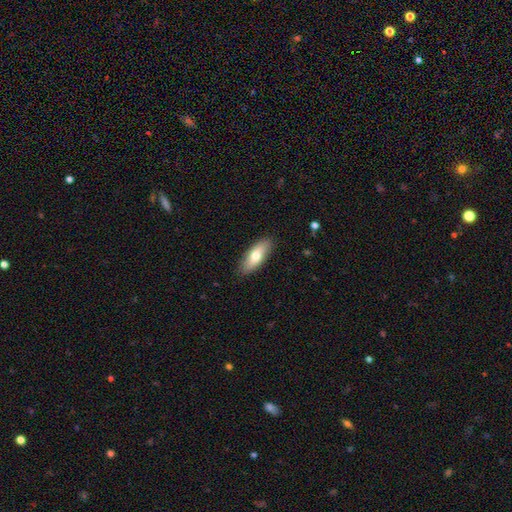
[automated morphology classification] The model was most divided on "how rounded": in between: 74%, cigar-shaped: 24%, round: 2%. More confident: merging — none (87%); smooth or featured — smooth (73%).